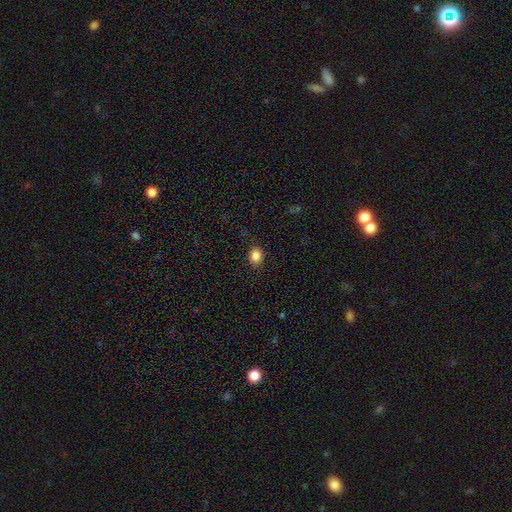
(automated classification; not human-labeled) smooth-or-featured: smooth: 85% | star or artifact: 11% | featured or disk: 4%
  how-rounded: round: 68% | in between: 31% | cigar-shaped: 1%
  merging: none: 88% | minor disturbance: 9% | major disturbance: 2% | merger: 1%